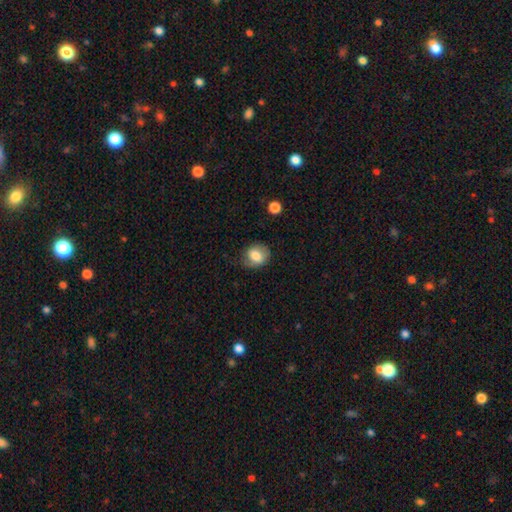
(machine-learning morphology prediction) The model was most divided on "how rounded": round: 58%, in between: 41%, cigar-shaped: 1%. More confident: smooth or featured — smooth (77%); merging — none (68%).